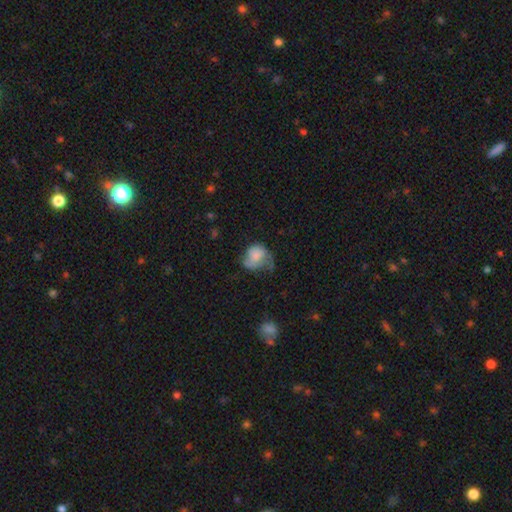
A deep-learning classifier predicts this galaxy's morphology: A smooth galaxy with no disk features (64%) that is round (54%). Merging: major disturbance (36%).